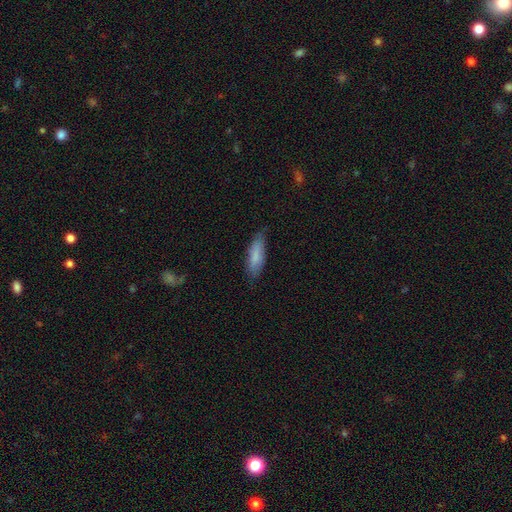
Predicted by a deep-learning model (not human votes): smooth_or_featured: smooth (p=0.79) [alt: featured or disk p=0.15]
how_rounded: cigar-shaped (p=0.50) [alt: in between p=0.48]
merging: none (p=0.75) [alt: minor disturbance p=0.20]